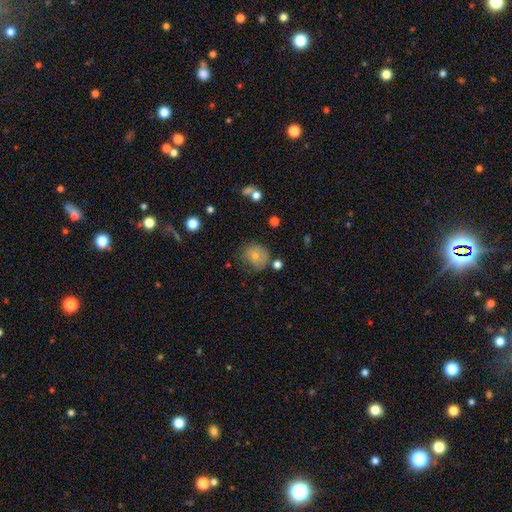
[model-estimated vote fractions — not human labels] smooth-or-featured: smooth: 71% | featured or disk: 19% | star or artifact: 11%
  how-rounded: round: 77% | in between: 22% | cigar-shaped: 1%
  merging: none: 60% | minor disturbance: 25% | major disturbance: 10% | merger: 5%